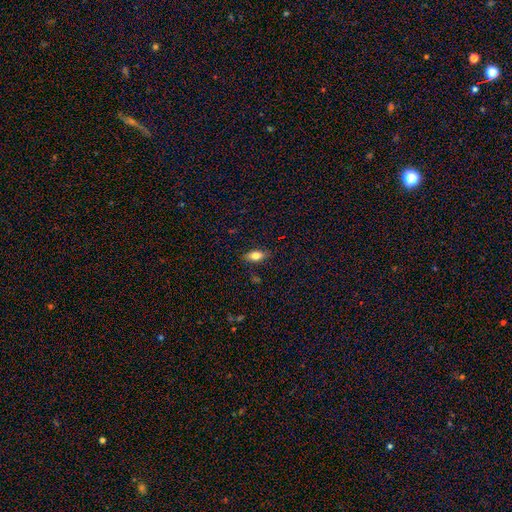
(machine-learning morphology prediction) smooth 78%, featured or disk 14%, star or artifact 8%. Down the decision tree: how rounded — in between (87%); merging — none (86%).